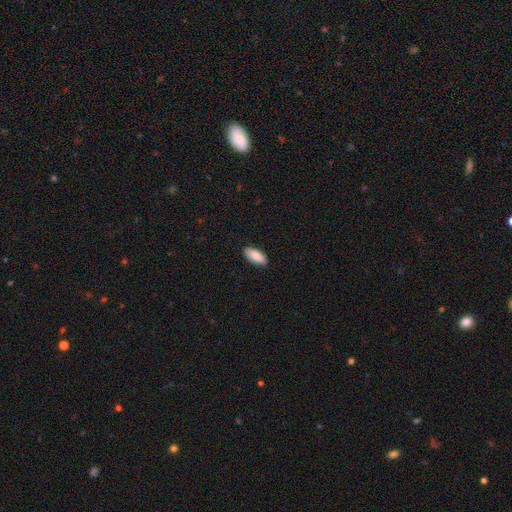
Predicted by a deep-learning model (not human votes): Morphology: type=smooth (89%); roundness=in between (89%); merging=none (86%).